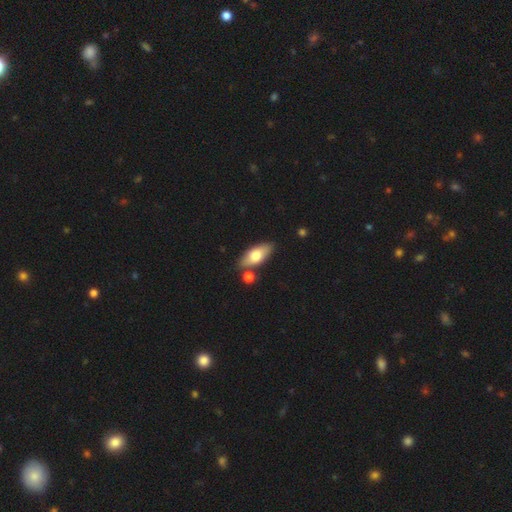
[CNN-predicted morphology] Smooth or featured: smooth — 67% (featured or disk — 27%)
How rounded: in between — 79% (cigar-shaped — 18%)
Merging: none — 76% (minor disturbance — 11%)